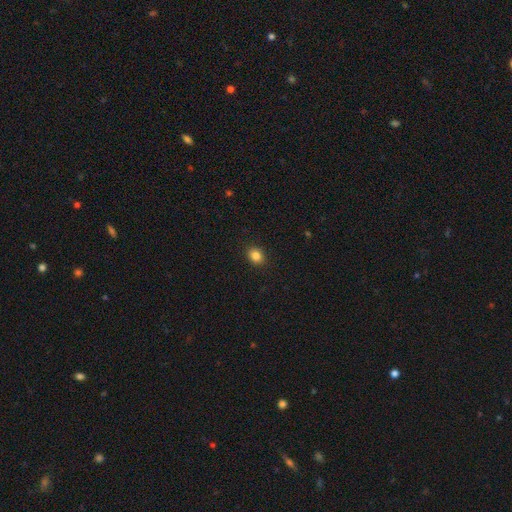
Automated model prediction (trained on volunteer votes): Smooth or featured?
  - smooth: 84% *
  - star or artifact: 11%
  - featured or disk: 5%
How rounded?
  - round: 66% *
  - in between: 33%
  - cigar-shaped: 1%
Merging?
  - none: 91% *
  - minor disturbance: 7%
  - major disturbance: 2%
  - merger: 1%